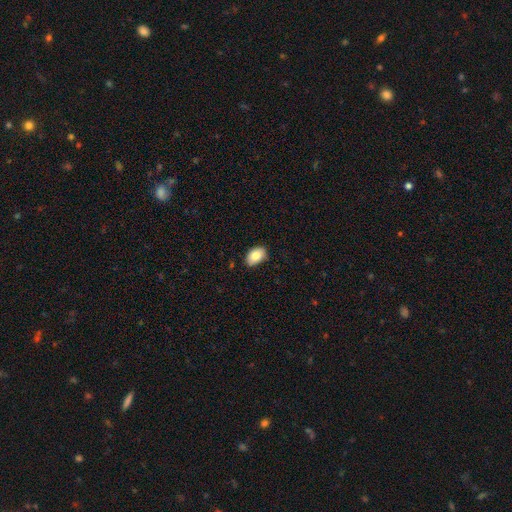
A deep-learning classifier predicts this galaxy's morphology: Q: Smooth or featured?
A: smooth (84%); runner-up: featured or disk (8%)
Q: How rounded?
A: in between (88%); runner-up: round (11%)
Q: Merging?
A: none (81%); runner-up: minor disturbance (16%)